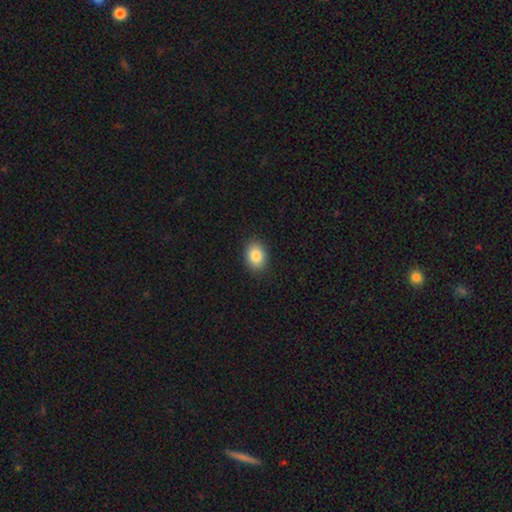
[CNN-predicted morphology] Smooth or featured?
  - smooth: 86% *
  - star or artifact: 8%
  - featured or disk: 6%
How rounded?
  - in between: 71% *
  - round: 28%
  - cigar-shaped: 1%
Merging?
  - none: 89% *
  - minor disturbance: 8%
  - major disturbance: 2%
  - merger: 1%